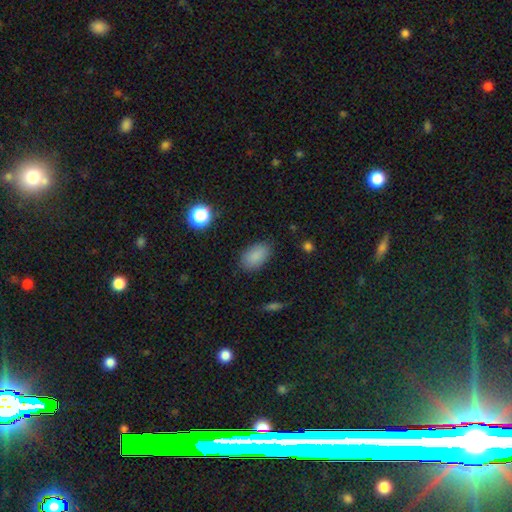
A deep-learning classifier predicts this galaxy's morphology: Q: Smooth or featured?
A: smooth (86%); runner-up: star or artifact (9%)
Q: How rounded?
A: in between (92%); runner-up: round (6%)
Q: Merging?
A: none (84%); runner-up: minor disturbance (12%)